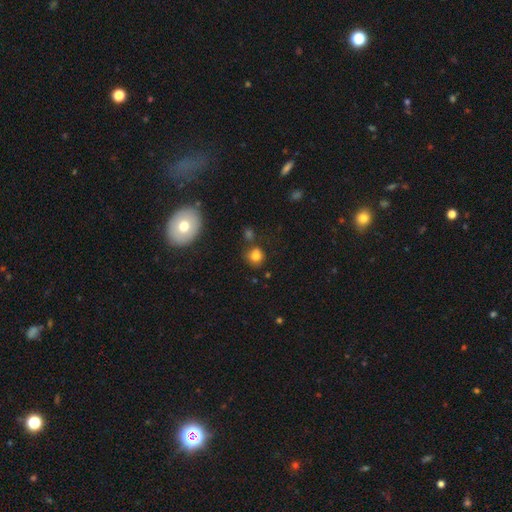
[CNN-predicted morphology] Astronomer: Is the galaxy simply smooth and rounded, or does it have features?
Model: smooth — 79%.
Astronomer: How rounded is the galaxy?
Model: round — 85%.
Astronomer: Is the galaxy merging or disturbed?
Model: none — 74%.